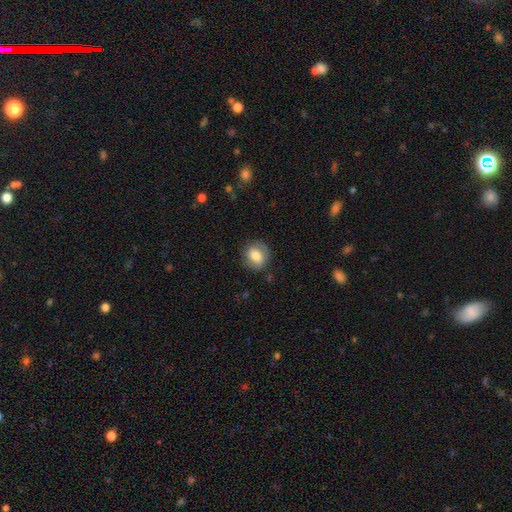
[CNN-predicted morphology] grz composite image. It shows a smooth galaxy with no disk features (74%) that is round (60%). Merging: none (76%).